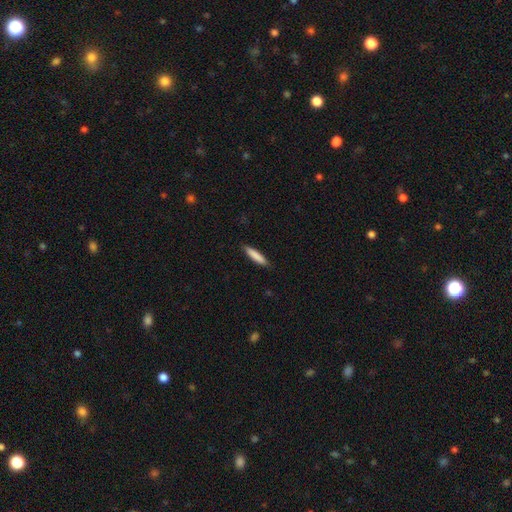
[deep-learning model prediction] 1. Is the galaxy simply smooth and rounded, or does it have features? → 85% smooth, 9% featured or disk, 6% star or artifact.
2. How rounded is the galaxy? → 85% cigar-shaped, 13% in between, 1% round.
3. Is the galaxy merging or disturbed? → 88% none, 9% minor disturbance, 2% major disturbance, 1% merger.